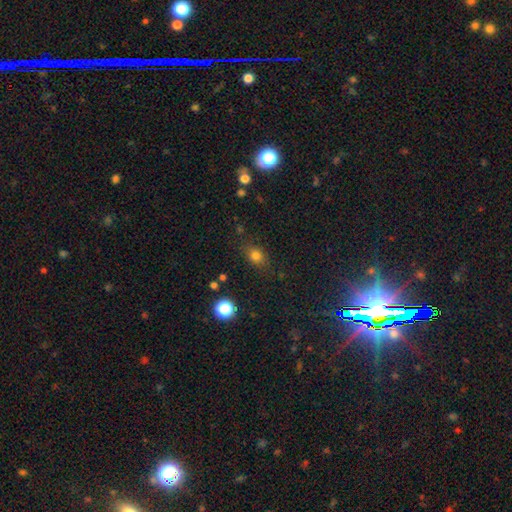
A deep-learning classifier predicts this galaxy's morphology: Overall: smooth (77%). How rounded: in between (54%; round 44%). Merging: none (81%).